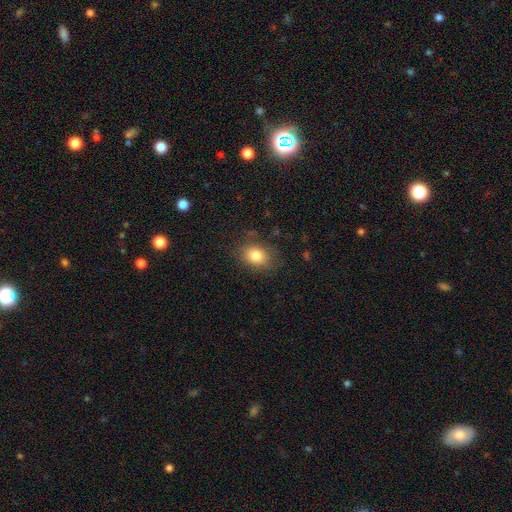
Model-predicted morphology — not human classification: Q: Smooth or featured?
A: smooth (82%); runner-up: star or artifact (9%)
Q: How rounded?
A: in between (69%); runner-up: round (30%)
Q: Merging?
A: none (79%); runner-up: minor disturbance (14%)